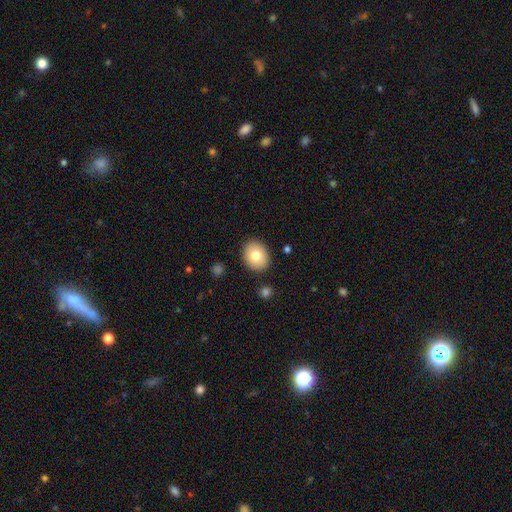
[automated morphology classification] smooth_or_featured: smooth (p=0.78) [alt: featured or disk p=0.15]
how_rounded: round (p=0.51) [alt: in between p=0.48]
merging: none (p=0.88) [alt: minor disturbance p=0.08]